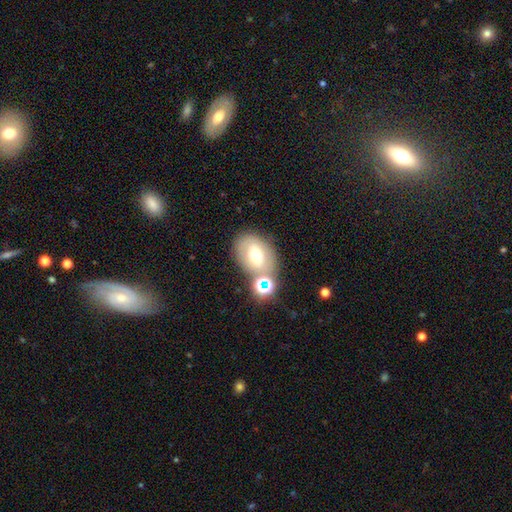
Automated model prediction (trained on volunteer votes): smooth_or_featured: smooth (p=0.56) [alt: featured or disk p=0.31]
how_rounded: in between (p=0.71) [alt: round p=0.27]
merging: none (p=0.64) [alt: merger p=0.16]